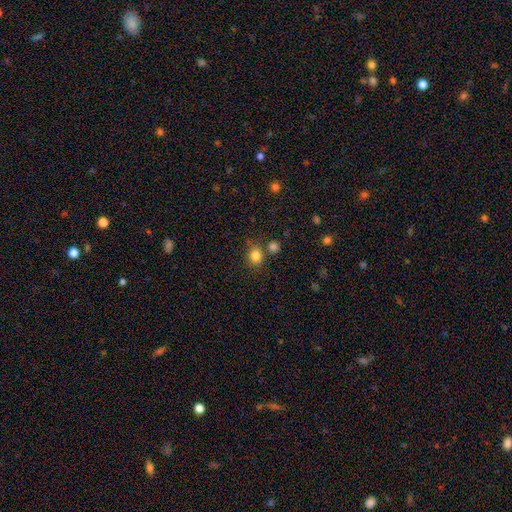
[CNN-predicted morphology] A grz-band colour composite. It shows a smooth galaxy with no disk features (82%) that is round (80%). Merging: none (72%).